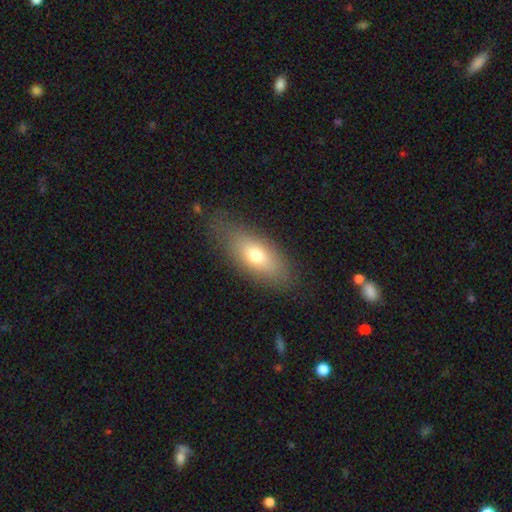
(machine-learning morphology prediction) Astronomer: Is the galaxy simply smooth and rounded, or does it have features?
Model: smooth — 69%.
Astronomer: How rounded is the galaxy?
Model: in between — 78%.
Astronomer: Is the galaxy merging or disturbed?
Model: none — 77%.